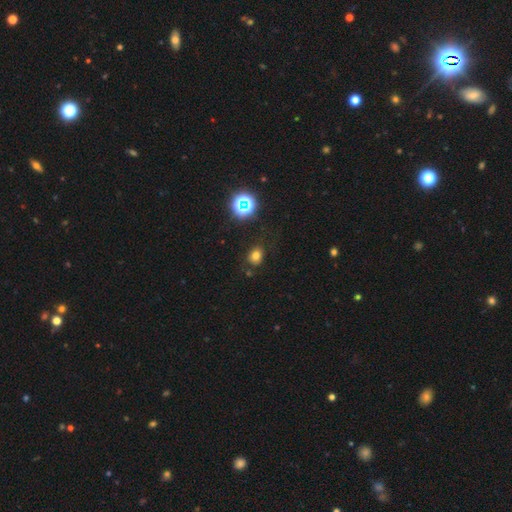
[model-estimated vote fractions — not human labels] This is likely a smooth galaxy (73%). How rounded: possibly round (50%). Merging: likely none (79%).